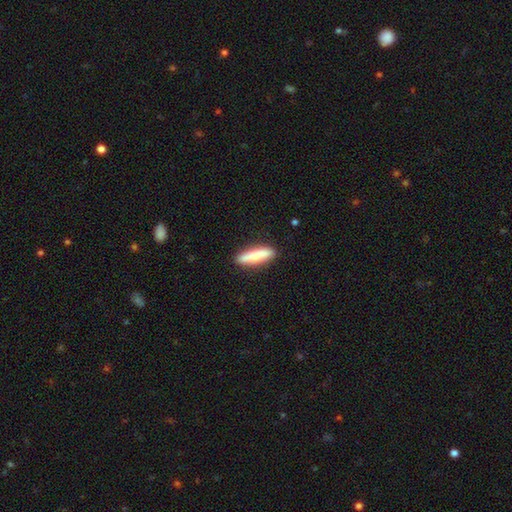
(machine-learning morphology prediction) smooth 75%, featured or disk 19%, star or artifact 5%. Down the decision tree: how rounded — cigar-shaped (79%); merging — none (88%).